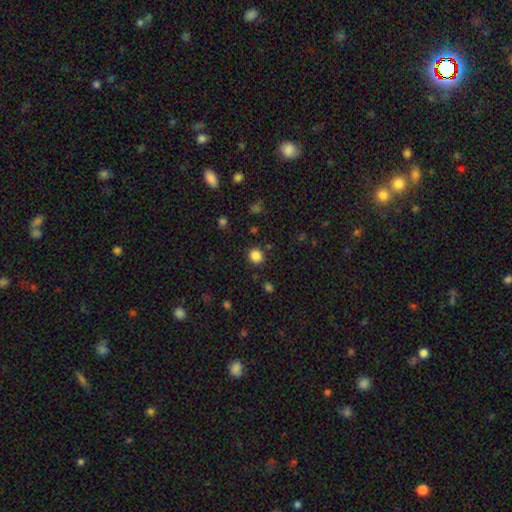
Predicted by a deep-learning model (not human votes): Morphology: type=smooth (85%); roundness=round (81%); merging=none (89%).